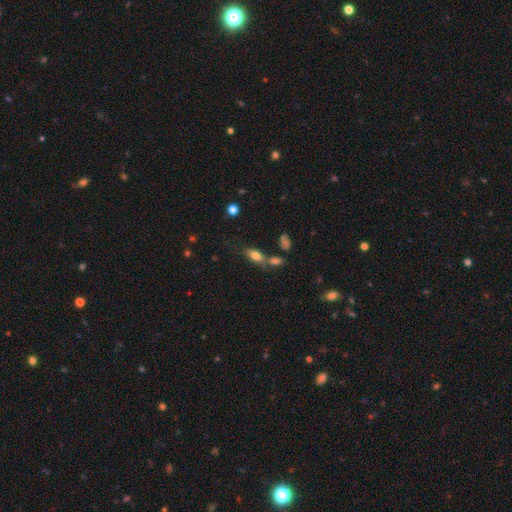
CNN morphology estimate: The model was most divided on "merging": none: 53%, merger: 24%, minor disturbance: 16%, major disturbance: 7%. More confident: how rounded — in between (79%); smooth or featured — smooth (72%).